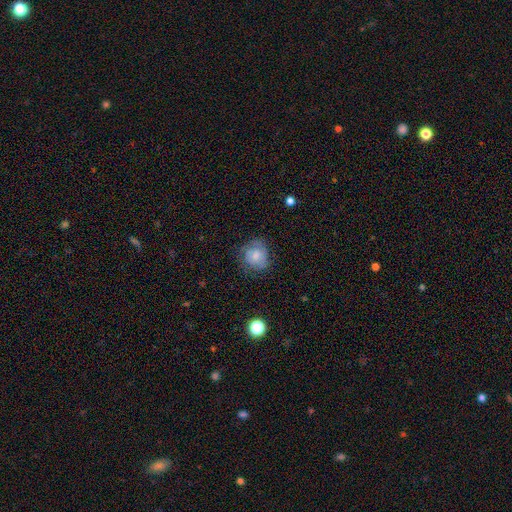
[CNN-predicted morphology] smooth 61%, featured or disk 31%, star or artifact 9%. Down the decision tree: how rounded — round (78%); merging — none (64%).